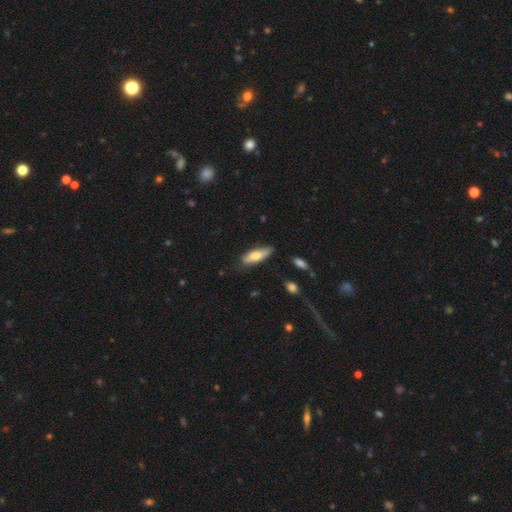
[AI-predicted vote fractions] Smooth or featured? smooth (66%)
How rounded? in between (52%)
Merging? none (75%)